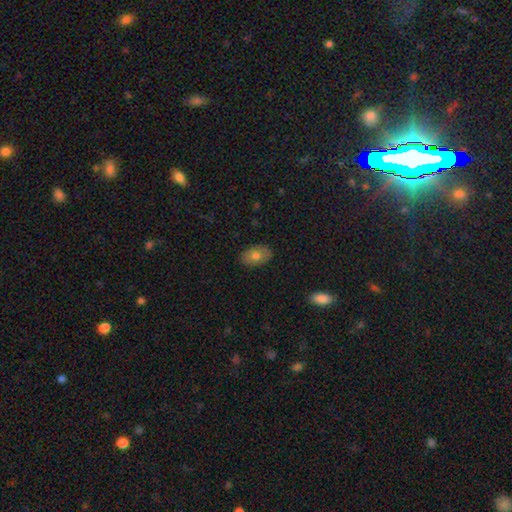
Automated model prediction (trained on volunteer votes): A smooth galaxy with no disk features (75%) that is in between round and cigar-shaped (89%).

Vote fractions:
- Smooth or featured? smooth: 75% / featured or disk: 17% / star or artifact: 8%
- How rounded? in between: 89% / round: 10% / cigar-shaped: 1%
- Merging? none: 86% / minor disturbance: 11% / major disturbance: 2% / merger: 1%